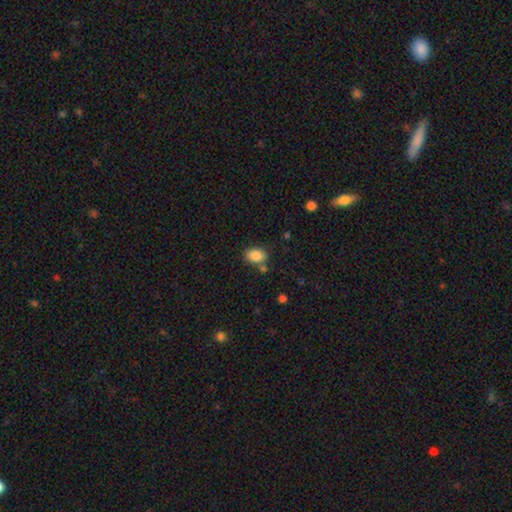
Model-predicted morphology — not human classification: Smooth or featured? smooth (86%)
How rounded? in between (80%)
Merging? none (74%)